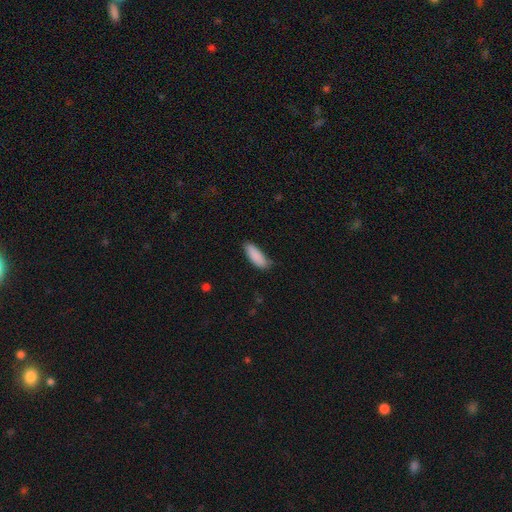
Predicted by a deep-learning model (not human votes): smooth_or_featured: smooth (p=0.89) [alt: star or artifact p=0.06]
how_rounded: in between (p=0.64) [alt: cigar-shaped p=0.34]
merging: none (p=0.76) [alt: minor disturbance p=0.19]